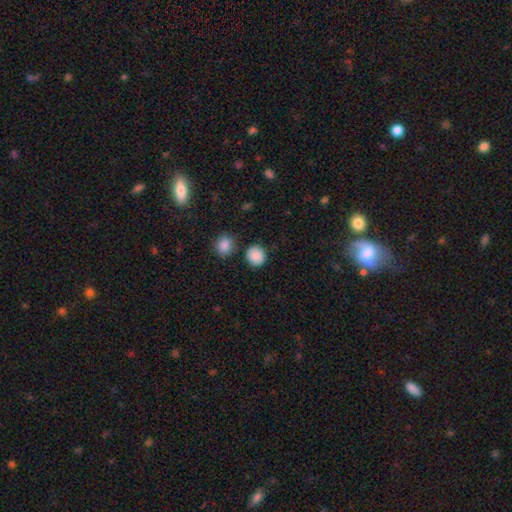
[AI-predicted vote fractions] smooth_or_featured: smooth (p=0.88) [alt: star or artifact p=0.09]
how_rounded: round (p=0.85) [alt: in between p=0.14]
merging: none (p=0.82) [alt: minor disturbance p=0.10]